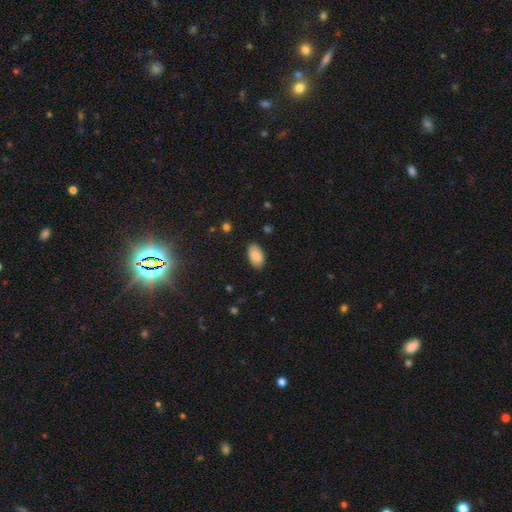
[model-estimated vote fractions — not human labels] A smooth galaxy with no disk features (88%) that is in between round and cigar-shaped (94%). Merging: none (85%).